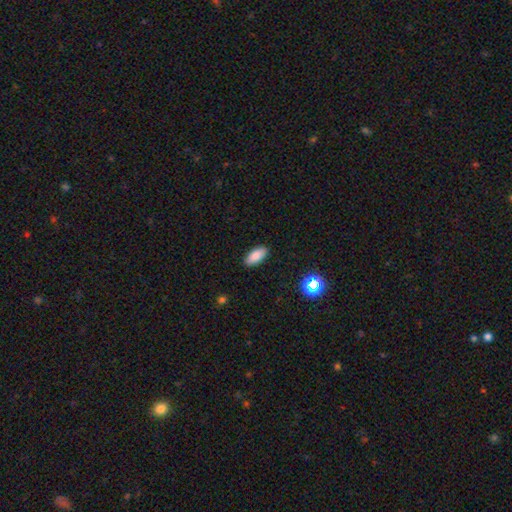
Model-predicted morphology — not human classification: The model was most divided on "how rounded": in between: 86%, cigar-shaped: 11%, round: 2%. More confident: merging — none (89%); smooth or featured — smooth (85%).